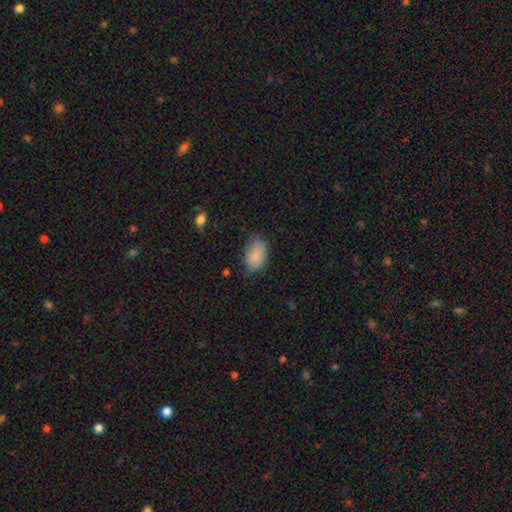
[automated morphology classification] Smooth or featured? Predicted: smooth (p=0.85). How rounded? Predicted: in between (p=0.88). Merging? Predicted: none (p=0.66).